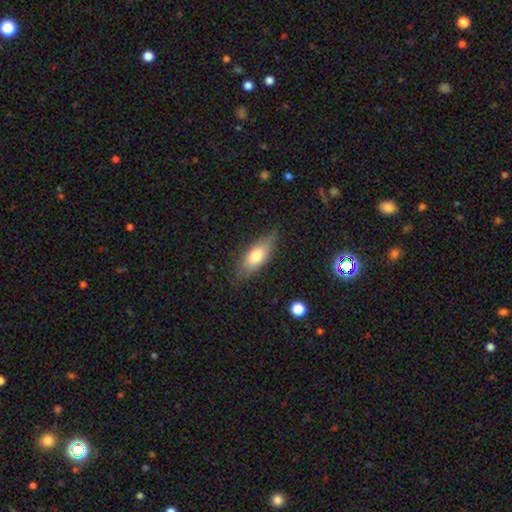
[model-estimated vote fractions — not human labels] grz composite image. It shows a smooth galaxy with no disk features (72%) that is in between round and cigar-shaped (77%). Merging: none (76%).